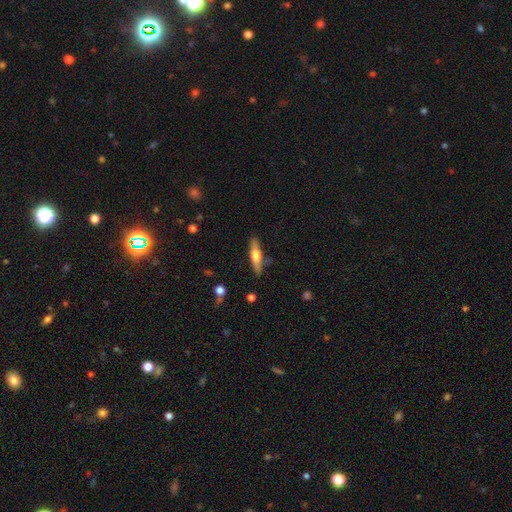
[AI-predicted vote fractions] smooth-or-featured: featured or disk: 51% | smooth: 43% | star or artifact: 6%
  disk-edge-on: yes: 93% | no: 7%
  merging: none: 82% | minor disturbance: 13% | major disturbance: 3% | merger: 3%